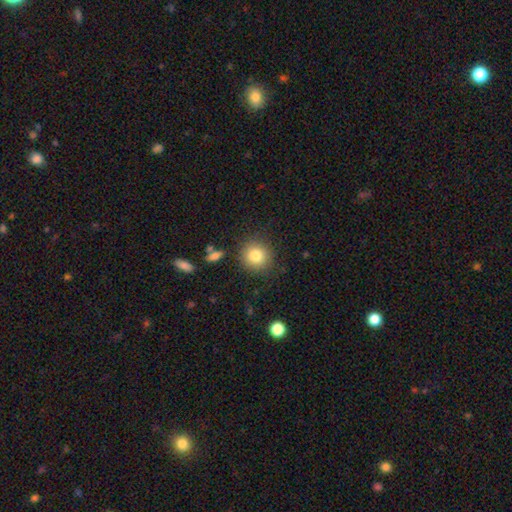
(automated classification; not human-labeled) This is clearly a smooth galaxy (82%). How rounded: clearly round (90%). Merging: clearly none (85%).